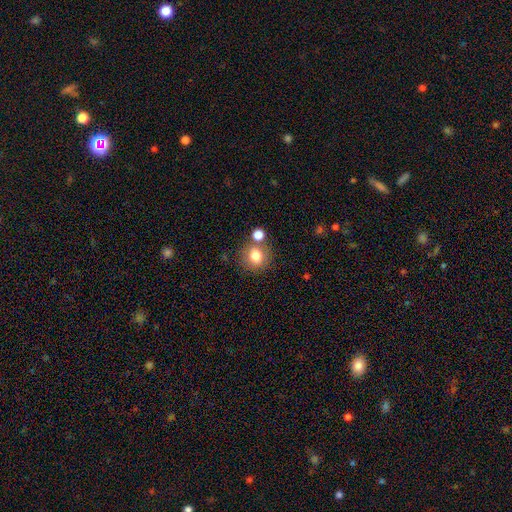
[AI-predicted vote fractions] The model was most divided on "merging": none: 70%, merger: 15%, minor disturbance: 11%, major disturbance: 4%. More confident: how rounded — round (78%); smooth or featured — smooth (78%).